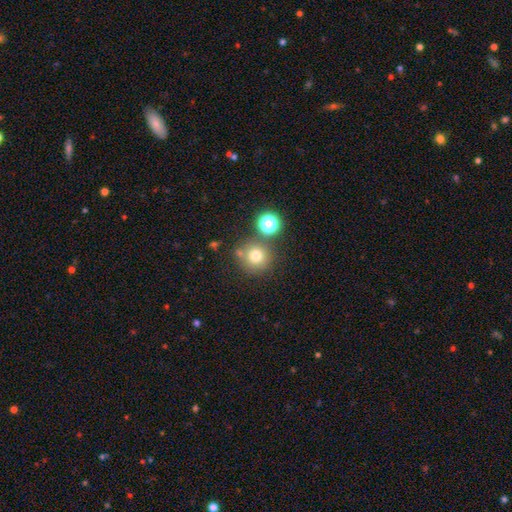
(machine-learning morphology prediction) This is likely a smooth galaxy (73%). How rounded: clearly round (93%). Merging: likely none (72%).